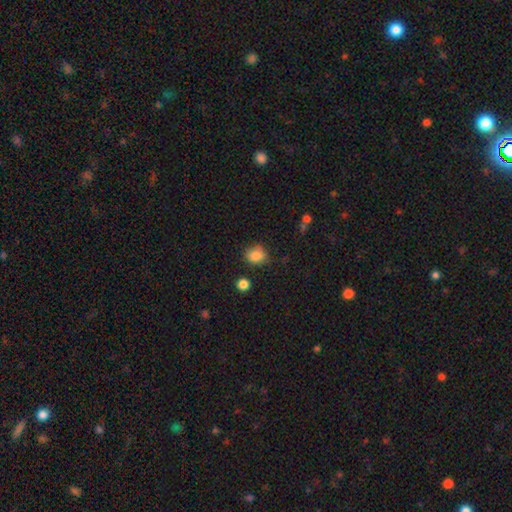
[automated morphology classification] A smooth galaxy with no disk features (85%) that is round (65%).

Vote fractions:
- Smooth or featured? smooth: 85% / star or artifact: 10% / featured or disk: 5%
- How rounded? round: 65% / in between: 34% / cigar-shaped: 1%
- Merging? none: 72% / minor disturbance: 19% / major disturbance: 5% / merger: 4%